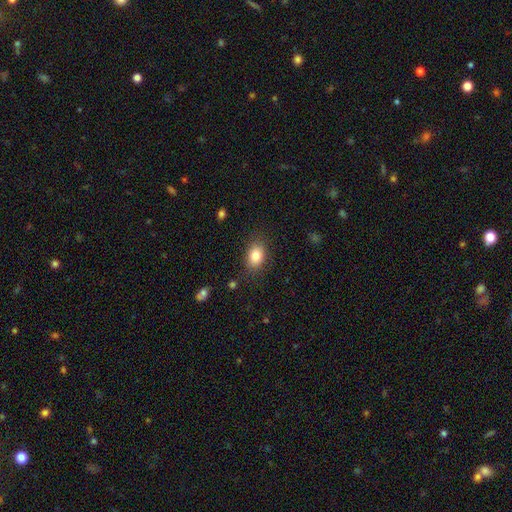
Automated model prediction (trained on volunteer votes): smooth 83%, star or artifact 9%, featured or disk 8%. Down the decision tree: how rounded — in between (78%); merging — none (84%).